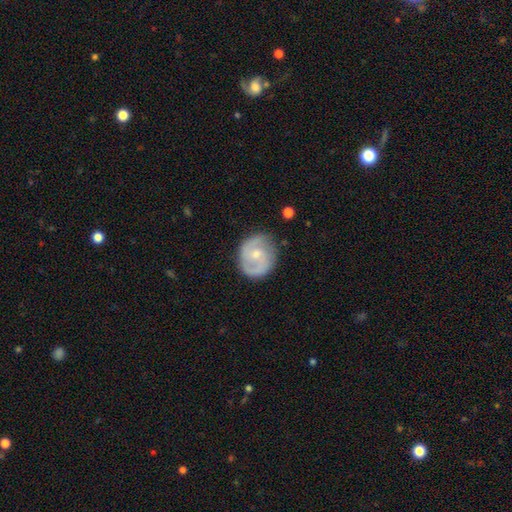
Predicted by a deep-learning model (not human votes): smooth_or_featured: featured or disk (p=0.74) [alt: smooth p=0.21]
disk_edge_on: no (p=0.98) [alt: yes p=0.02]
bar: no (p=0.53) [alt: weak p=0.39]
has_spiral_arms: yes (p=0.90) [alt: no p=0.10]
spiral_winding: medium (p=0.48) [alt: tight p=0.33]
spiral_arm_count: 2 (p=0.81) [alt: can't tell p=0.10]
bulge_size: small (p=0.53) [alt: moderate p=0.42]
merging: none (p=0.76) [alt: minor disturbance p=0.17]